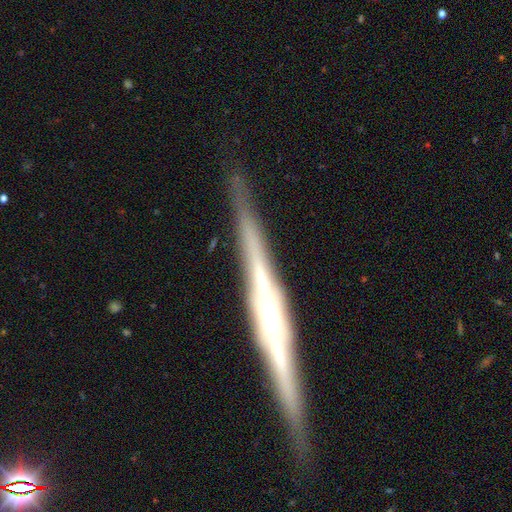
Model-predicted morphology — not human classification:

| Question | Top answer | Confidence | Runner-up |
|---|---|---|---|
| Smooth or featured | featured or disk | 87% | smooth (8%) |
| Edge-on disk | yes | 98% | no (2%) |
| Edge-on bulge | rounded | 48% | boxy (40%) |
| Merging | none | 90% | minor disturbance (7%) |